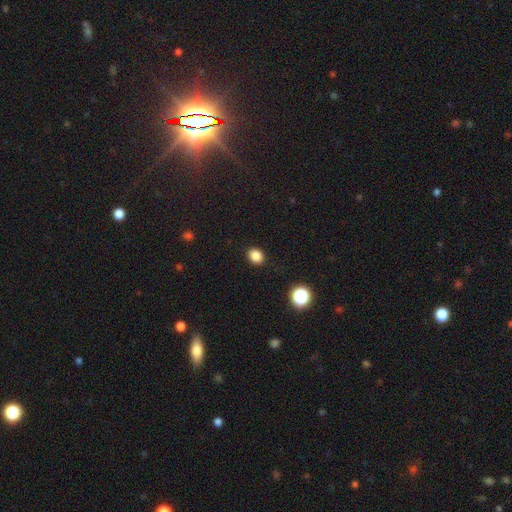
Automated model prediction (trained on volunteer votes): The model was most divided on "how rounded": round: 53%, in between: 46%, cigar-shaped: 1%. More confident: merging — none (91%); smooth or featured — smooth (85%).